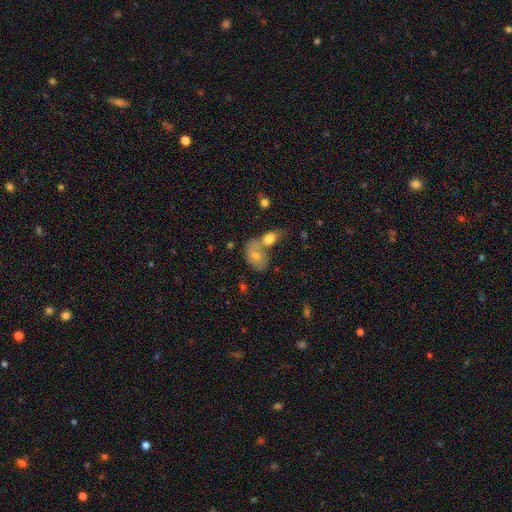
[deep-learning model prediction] smooth-or-featured: smooth: 74% | featured or disk: 18% | star or artifact: 8%
  how-rounded: in between: 85% | round: 13% | cigar-shaped: 2%
  merging: merger: 51% | none: 33% | minor disturbance: 12% | major disturbance: 5%